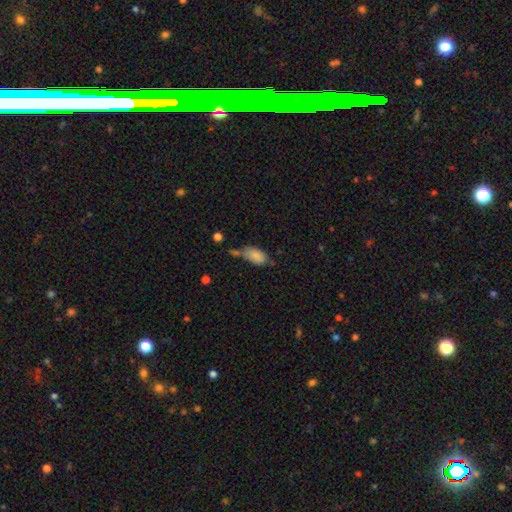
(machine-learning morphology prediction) smooth_or_featured: smooth (p=0.84) [alt: star or artifact p=0.08]
how_rounded: in between (p=0.93) [alt: round p=0.04]
merging: none (p=0.36) [alt: minor disturbance p=0.29]